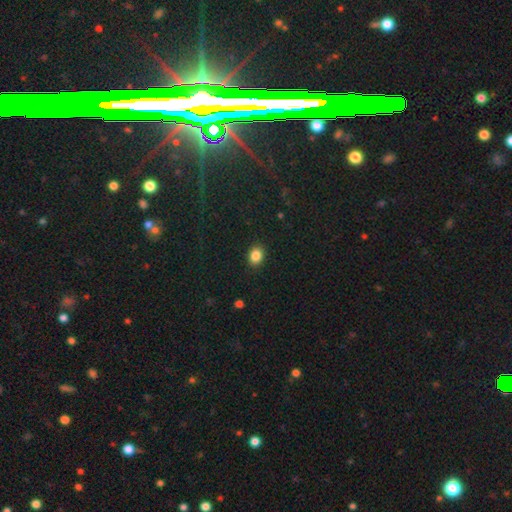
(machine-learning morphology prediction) type=smooth (86%); roundness=in between (58%); merging=none (90%).